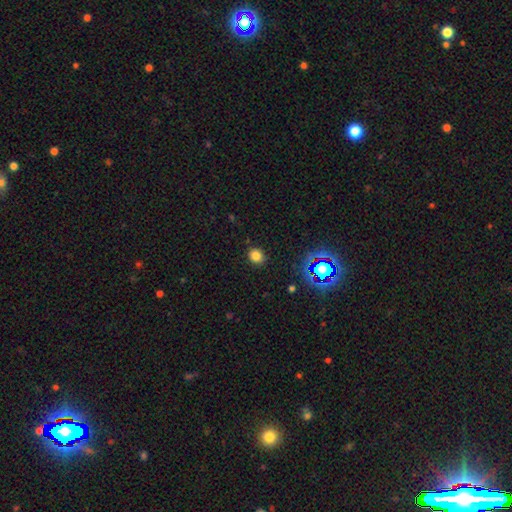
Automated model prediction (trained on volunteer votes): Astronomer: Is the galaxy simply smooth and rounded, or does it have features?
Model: smooth — 79%.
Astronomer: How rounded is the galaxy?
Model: round — 68%.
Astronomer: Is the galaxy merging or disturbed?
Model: none — 88%.